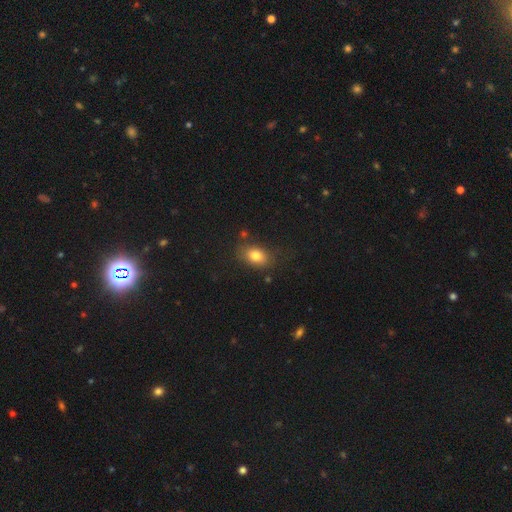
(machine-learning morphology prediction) This appears to be a smooth galaxy with no disk features (81%) that is in between round and cigar-shaped (80%). Merging: none (76%).